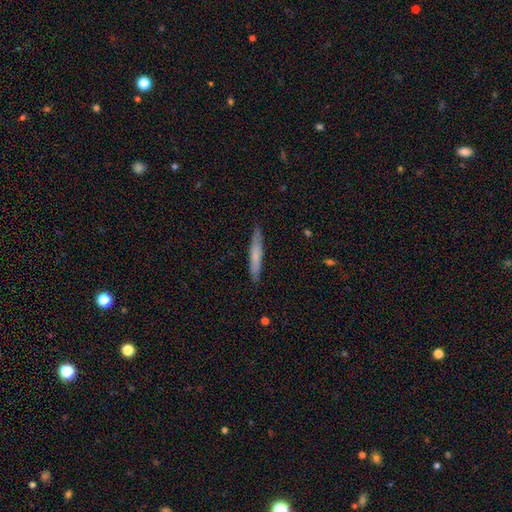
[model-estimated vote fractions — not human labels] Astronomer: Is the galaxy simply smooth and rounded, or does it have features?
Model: smooth — 64%.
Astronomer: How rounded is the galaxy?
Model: cigar-shaped — 94%.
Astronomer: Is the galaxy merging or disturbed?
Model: none — 87%.